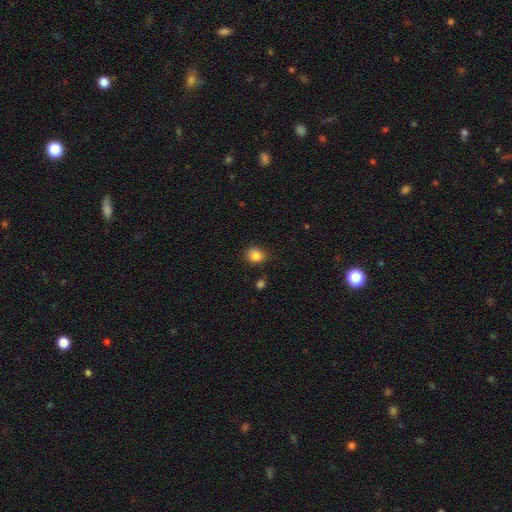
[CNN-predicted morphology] Smooth or featured? Predicted: smooth (p=0.85). How rounded? Predicted: round (p=0.61). Merging? Predicted: none (p=0.81).